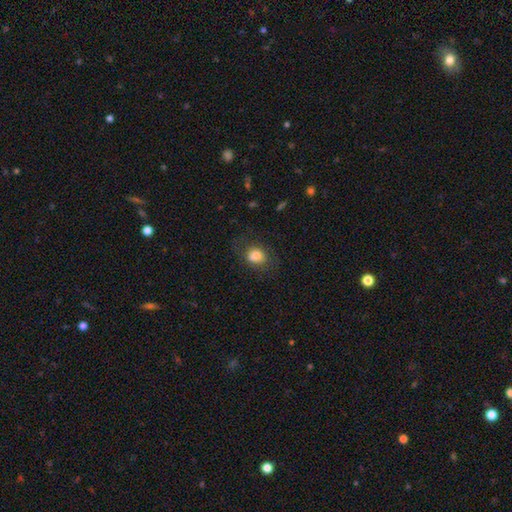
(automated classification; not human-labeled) Smooth or featured: smooth — 81% (star or artifact — 10%)
How rounded: in between — 55% (round — 44%)
Merging: none — 66% (minor disturbance — 21%)